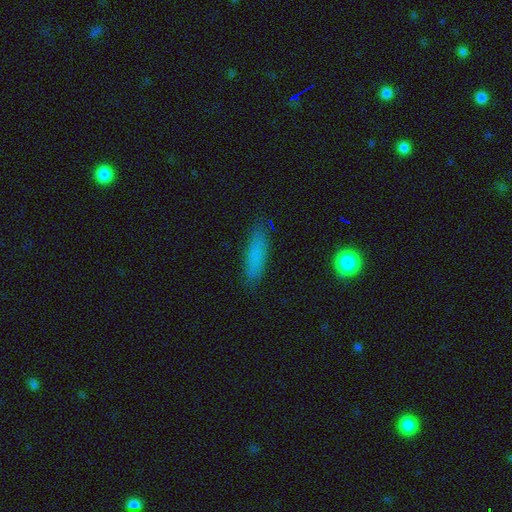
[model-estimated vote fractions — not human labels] Smooth or featured?
  - smooth: 78% *
  - featured or disk: 12%
  - star or artifact: 10%
How rounded?
  - cigar-shaped: 73% *
  - in between: 24%
  - round: 2%
Merging?
  - none: 85% *
  - minor disturbance: 11%
  - major disturbance: 3%
  - merger: 1%